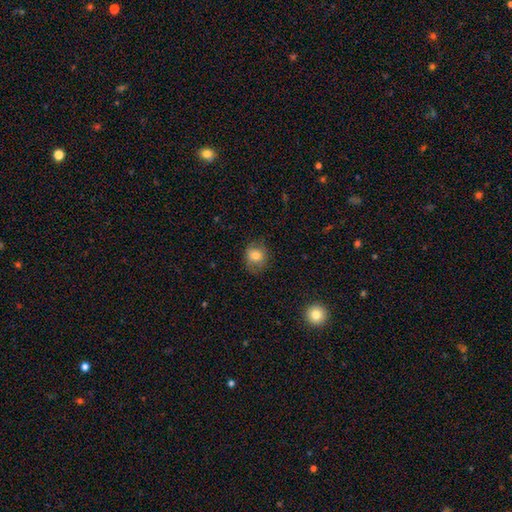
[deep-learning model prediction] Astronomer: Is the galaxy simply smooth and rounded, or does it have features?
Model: smooth — 78%.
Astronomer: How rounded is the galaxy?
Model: round — 76%.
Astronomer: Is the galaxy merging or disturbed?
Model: none — 76%.